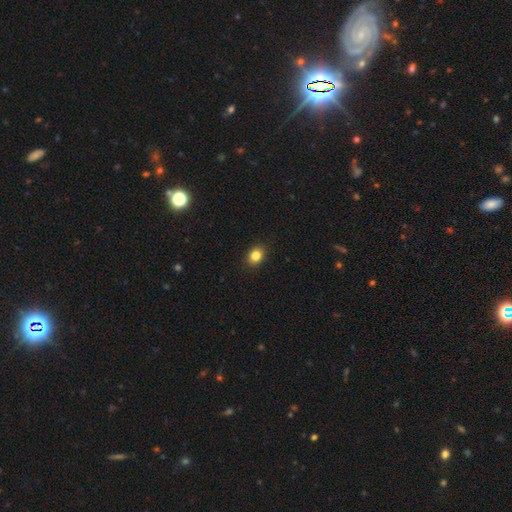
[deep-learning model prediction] Smooth or featured? smooth (84%)
How rounded? round (53%)
Merging? none (90%)